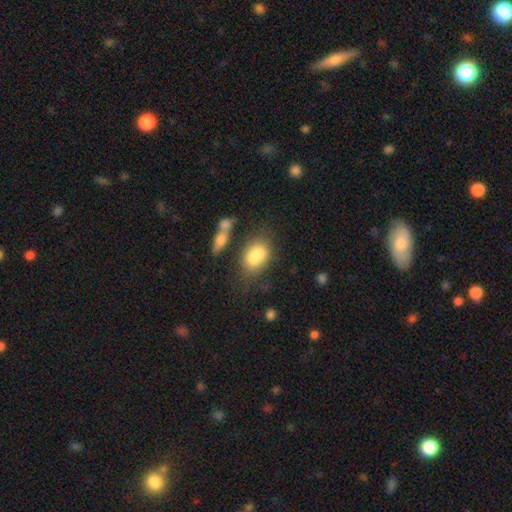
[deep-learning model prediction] The model was most divided on "merging": none: 39%, merger: 33%, minor disturbance: 19%, major disturbance: 9%. More confident: how rounded — in between (79%); smooth or featured — smooth (75%).